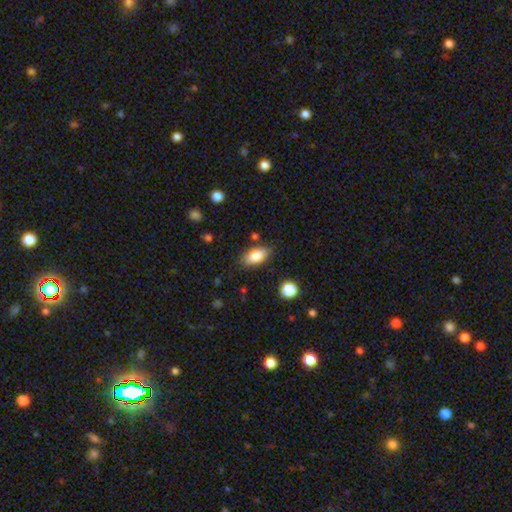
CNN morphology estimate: type=smooth (84%); roundness=in between (91%); merging=none (83%).